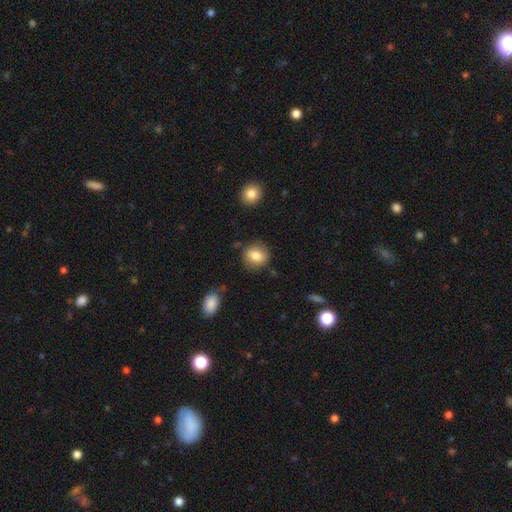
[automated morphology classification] A smooth galaxy with no disk features (81%) that is round (76%).

Vote fractions:
- Smooth or featured? smooth: 81% / featured or disk: 11% / star or artifact: 9%
- How rounded? round: 76% / in between: 23% / cigar-shaped: 1%
- Merging? none: 83% / minor disturbance: 11% / major disturbance: 3% / merger: 2%